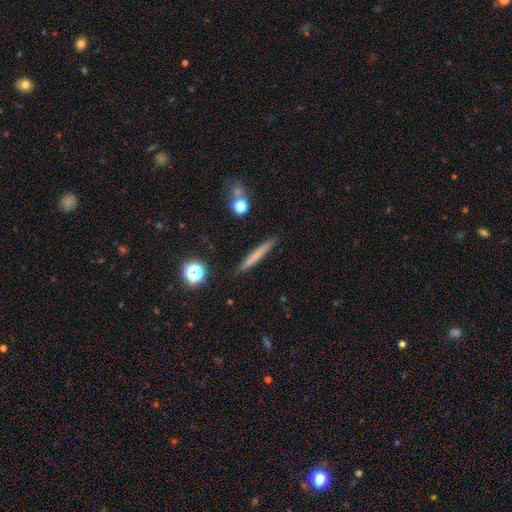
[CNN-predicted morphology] Overall: smooth (65%; featured or disk 26%). How rounded: cigar-shaped (95%). Merging: none (90%).